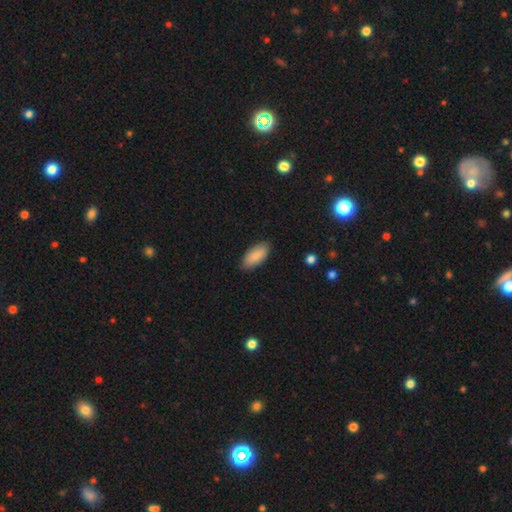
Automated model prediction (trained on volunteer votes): A smooth galaxy with no disk features (88%) that is in between round and cigar-shaped (90%).

Vote fractions:
- Smooth or featured? smooth: 88% / featured or disk: 6% / star or artifact: 6%
- How rounded? in between: 90% / cigar-shaped: 8% / round: 2%
- Merging? none: 87% / minor disturbance: 10% / major disturbance: 2% / merger: 1%